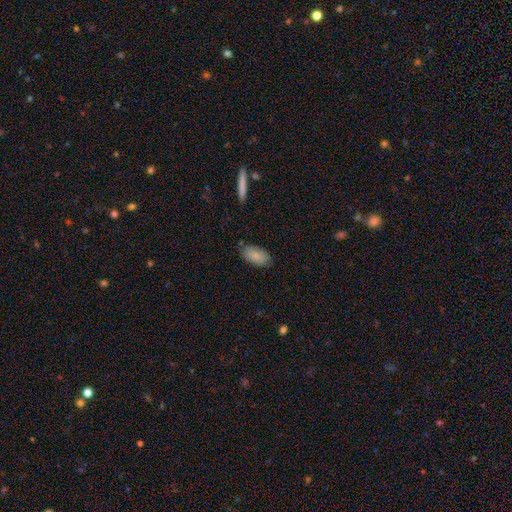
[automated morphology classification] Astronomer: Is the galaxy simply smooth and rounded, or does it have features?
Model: smooth — 86%.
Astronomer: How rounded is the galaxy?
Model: in between — 93%.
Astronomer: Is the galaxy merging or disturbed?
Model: none — 82%.